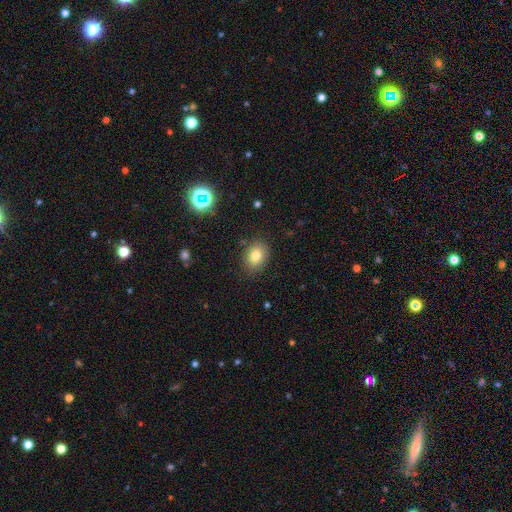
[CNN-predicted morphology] Smooth or featured: smooth — 79% (star or artifact — 11%)
How rounded: in between — 68% (round — 31%)
Merging: none — 85% (minor disturbance — 11%)